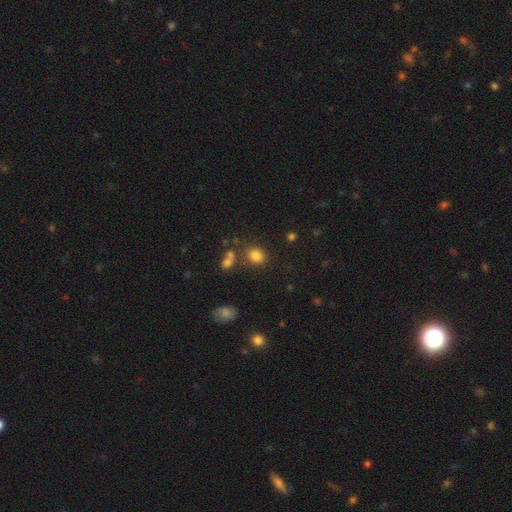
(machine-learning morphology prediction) Smooth or featured? Predicted: smooth (p=0.81). How rounded? Predicted: round (p=0.70). Merging? Predicted: none (p=0.75).